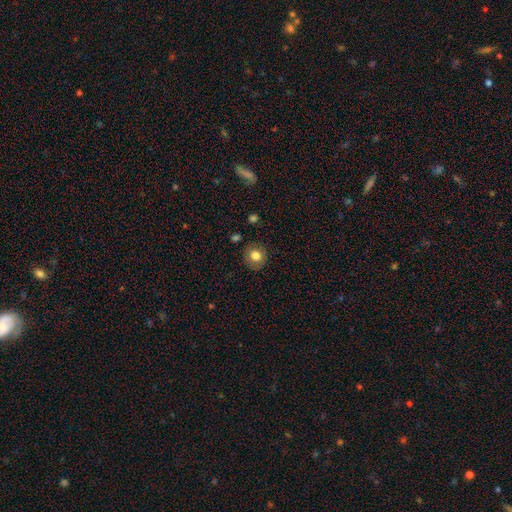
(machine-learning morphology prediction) smooth_or_featured: smooth (p=0.78) [alt: featured or disk p=0.12]
how_rounded: round (p=0.83) [alt: in between p=0.16]
merging: none (p=0.85) [alt: minor disturbance p=0.10]